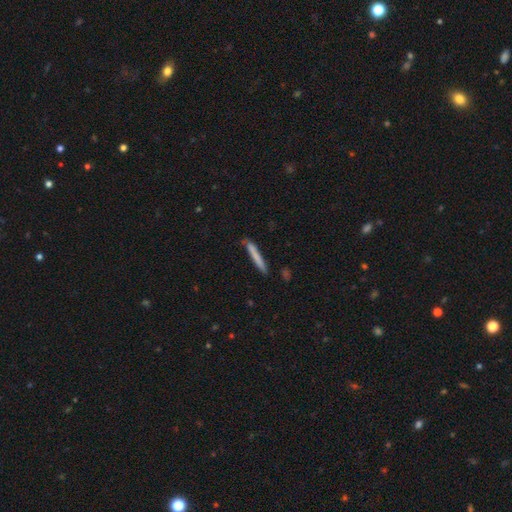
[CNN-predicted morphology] smooth 73%, featured or disk 21%, star or artifact 6%. Down the decision tree: how rounded — cigar-shaped (96%); merging — none (81%).